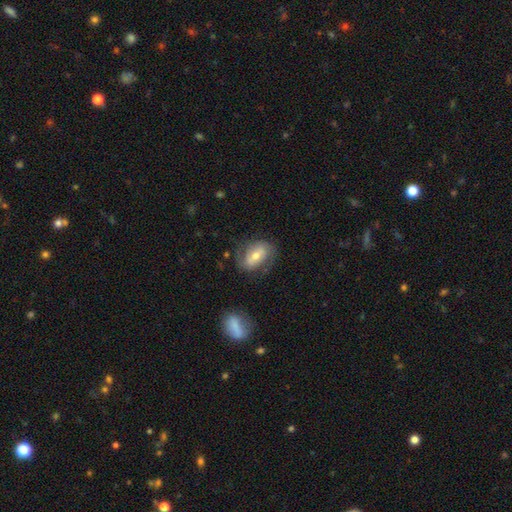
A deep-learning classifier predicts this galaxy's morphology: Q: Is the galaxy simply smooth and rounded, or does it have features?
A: featured or disk — 47%.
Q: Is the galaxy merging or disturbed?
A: none — 70%.